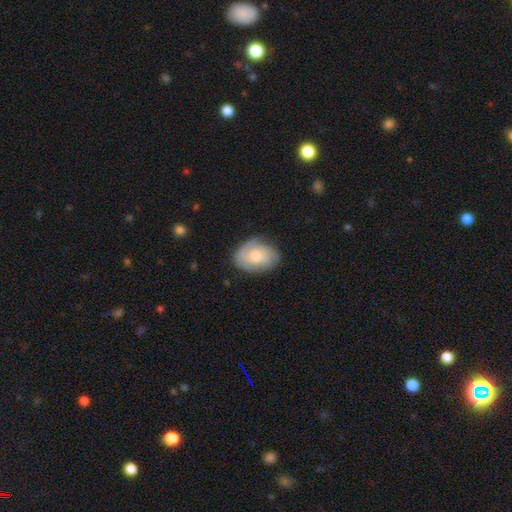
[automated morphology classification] This appears to be a smooth galaxy with no disk features (47%, tied with featured or disk). Merging: none (72%).